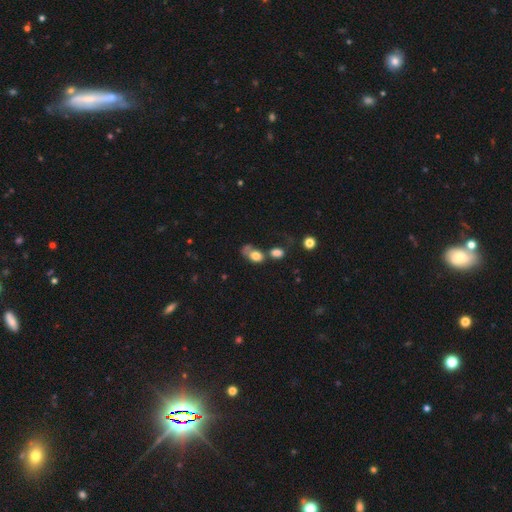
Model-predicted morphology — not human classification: Smooth or featured?
  - smooth: 73% *
  - featured or disk: 16%
  - star or artifact: 10%
How rounded?
  - in between: 67% *
  - round: 30%
  - cigar-shaped: 2%
Merging?
  - merger: 39% *
  - none: 23%
  - major disturbance: 22%
  - minor disturbance: 16%